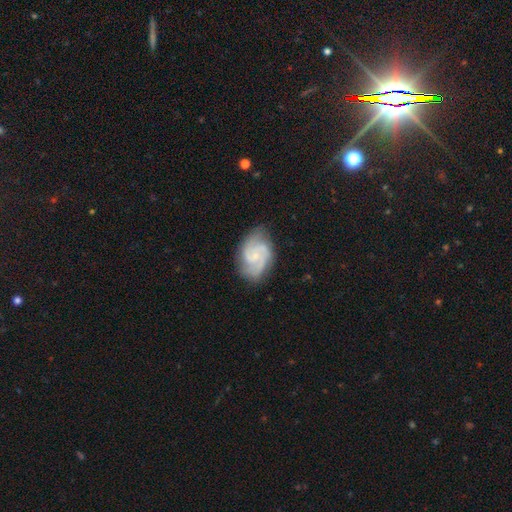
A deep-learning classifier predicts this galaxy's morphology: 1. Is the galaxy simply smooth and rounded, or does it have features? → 85% featured or disk, 10% smooth, 5% star or artifact.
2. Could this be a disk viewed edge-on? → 98% no, 2% yes.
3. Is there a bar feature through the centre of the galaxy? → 51% no, 42% weak, 6% strong.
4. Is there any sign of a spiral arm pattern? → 97% yes, 3% no.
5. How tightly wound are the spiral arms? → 51% medium, 35% tight, 13% loose.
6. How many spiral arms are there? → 61% 2, 22% 3, 8% can't tell, 3% 4, 3% 1, 2% more than 4.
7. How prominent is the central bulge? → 70% small, 18% moderate, 11% none, 1% large, 1% dominant.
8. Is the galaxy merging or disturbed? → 77% none, 17% minor disturbance, 5% major disturbance, 1% merger.